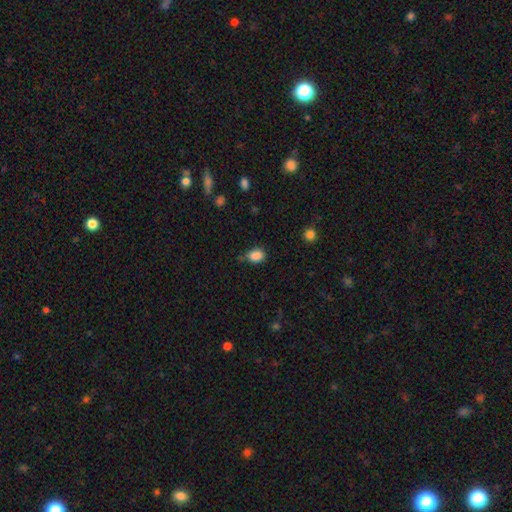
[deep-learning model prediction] Smooth or featured: smooth — 86% (star or artifact — 10%)
How rounded: in between — 62% (round — 37%)
Merging: none — 63% (minor disturbance — 27%)